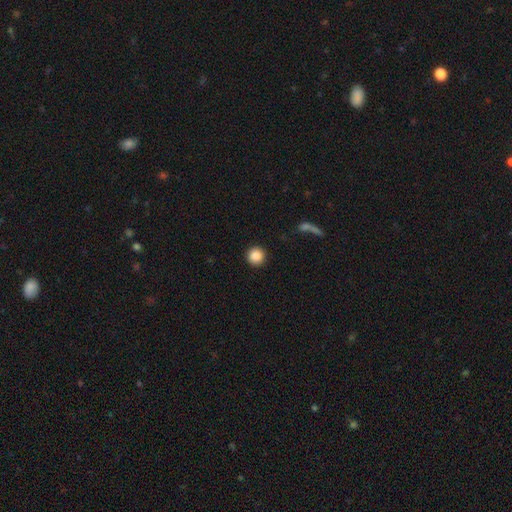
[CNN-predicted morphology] This is clearly a smooth galaxy (88%). How rounded: clearly round (95%). Merging: clearly none (91%).